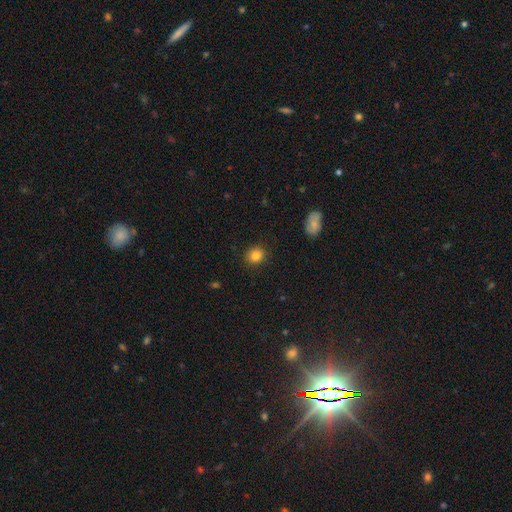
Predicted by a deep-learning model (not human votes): A smooth galaxy with no disk features (83%) that is round (82%). Merging: none (90%).